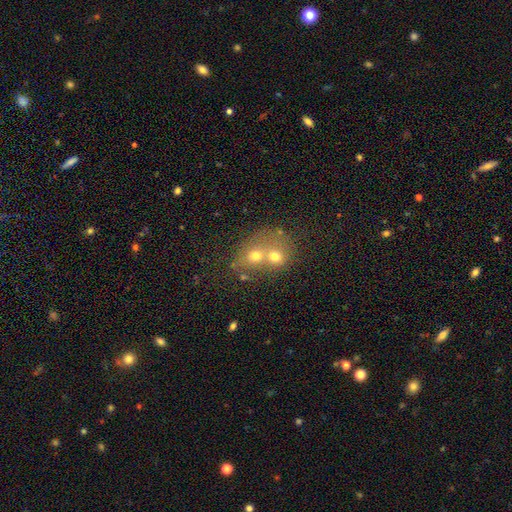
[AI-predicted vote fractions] Smooth or featured: smooth — 62% (featured or disk — 23%)
How rounded: round — 62% (in between — 37%)
Merging: merger — 65% (none — 25%)